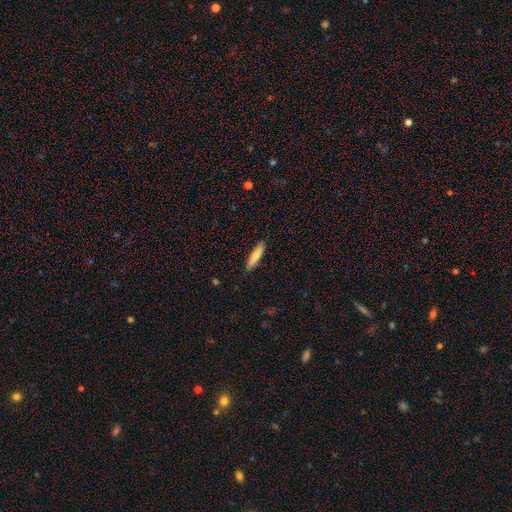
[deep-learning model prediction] Morphology: type=smooth (72%); roundness=cigar-shaped (76%); merging=none (87%).